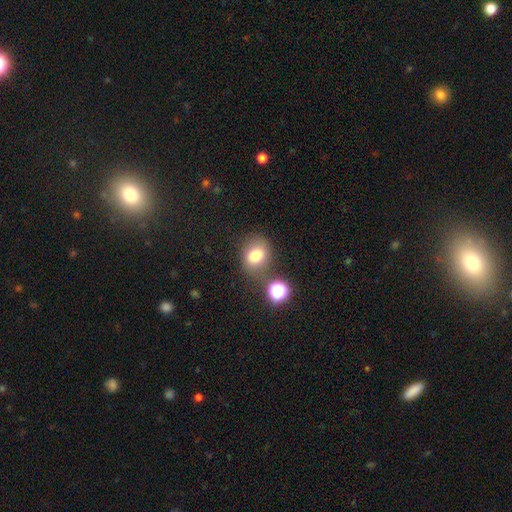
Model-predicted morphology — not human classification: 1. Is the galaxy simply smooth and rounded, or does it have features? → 76% smooth, 14% star or artifact, 10% featured or disk.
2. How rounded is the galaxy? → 59% round, 40% in between, 1% cigar-shaped.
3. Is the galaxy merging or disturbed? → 69% none, 16% minor disturbance, 10% merger, 6% major disturbance.